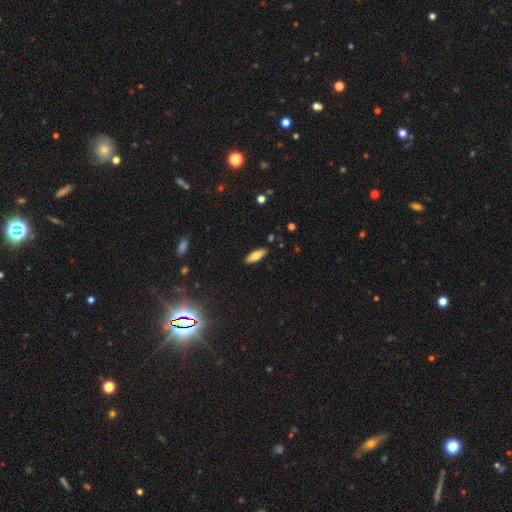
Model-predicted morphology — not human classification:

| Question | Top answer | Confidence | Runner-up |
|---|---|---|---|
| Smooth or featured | smooth | 75% | featured or disk (17%) |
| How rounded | in between | 62% | cigar-shaped (36%) |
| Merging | none | 87% | minor disturbance (9%) |